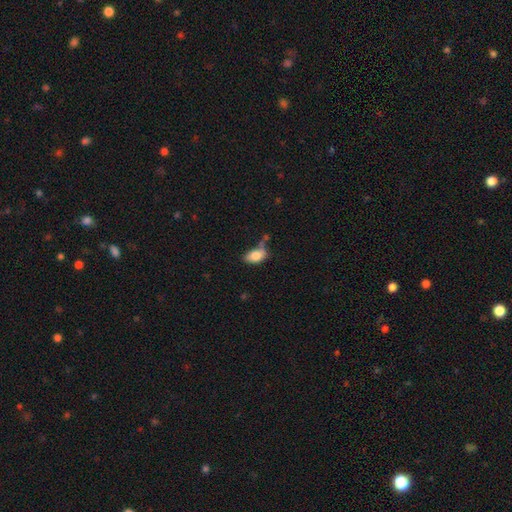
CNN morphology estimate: Smooth or featured: smooth — 79% (featured or disk — 13%)
How rounded: in between — 90% (round — 7%)
Merging: none — 46% (minor disturbance — 28%)